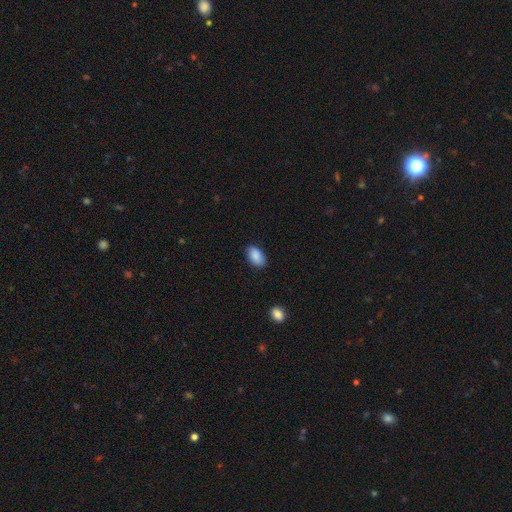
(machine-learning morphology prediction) Smooth or featured?
  - smooth: 89% *
  - star or artifact: 7%
  - featured or disk: 4%
How rounded?
  - in between: 93% *
  - round: 5%
  - cigar-shaped: 2%
Merging?
  - none: 85% *
  - minor disturbance: 11%
  - major disturbance: 2%
  - merger: 1%